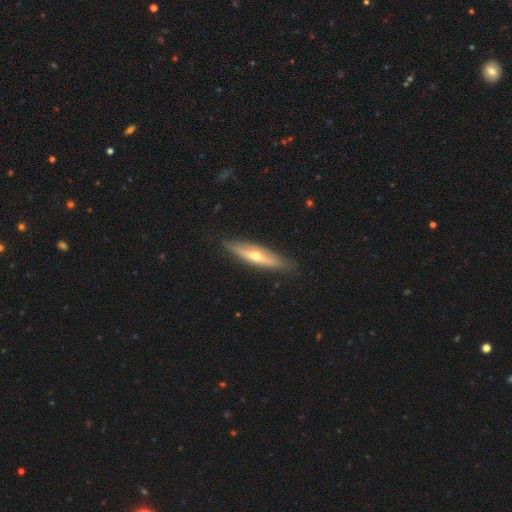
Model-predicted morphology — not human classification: The model was most divided on "smooth or featured": featured or disk: 63%, smooth: 32%, star or artifact: 6%. More confident: edge-on bulge — rounded (88%); edge-on disk — yes (87%); merging — none (86%).